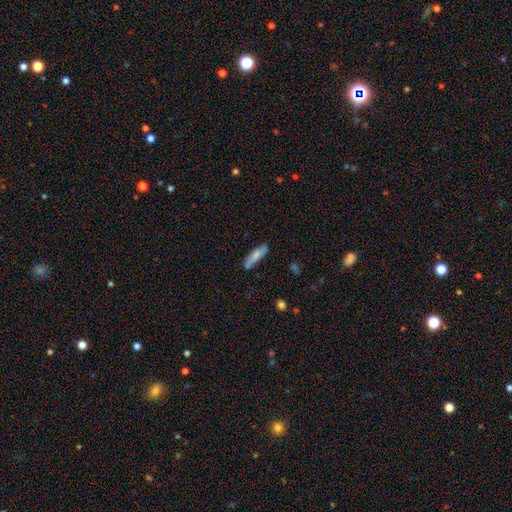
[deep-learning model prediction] This appears to be a smooth galaxy with no disk features (71%) that is cigar-shaped (70%). Merging: none (78%).